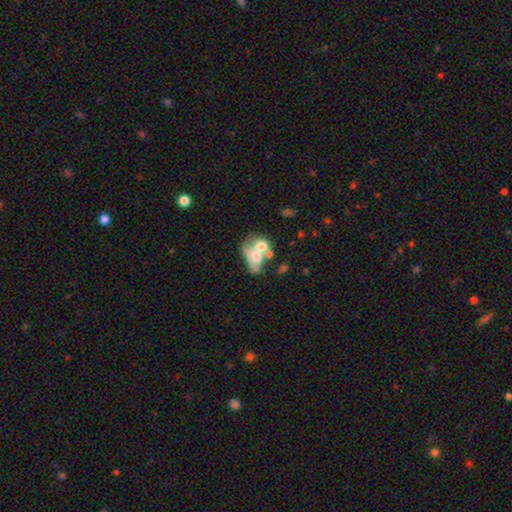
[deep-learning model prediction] Smooth or featured? Predicted: smooth (p=0.54). How rounded? Predicted: in between (p=0.72). Merging? Predicted: merger (p=0.63).